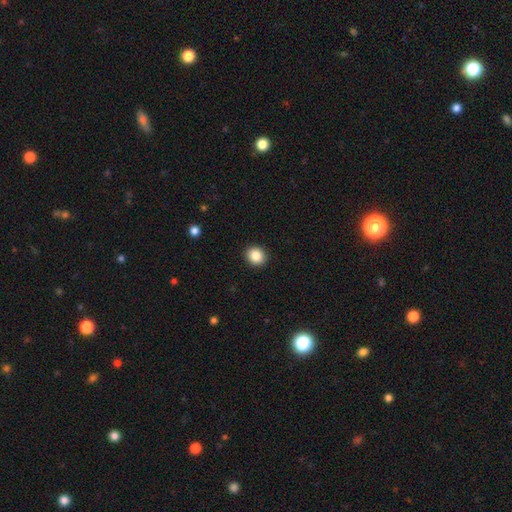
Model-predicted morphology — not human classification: A smooth galaxy with no disk features (86%) that is round (82%). Merging: none (92%).